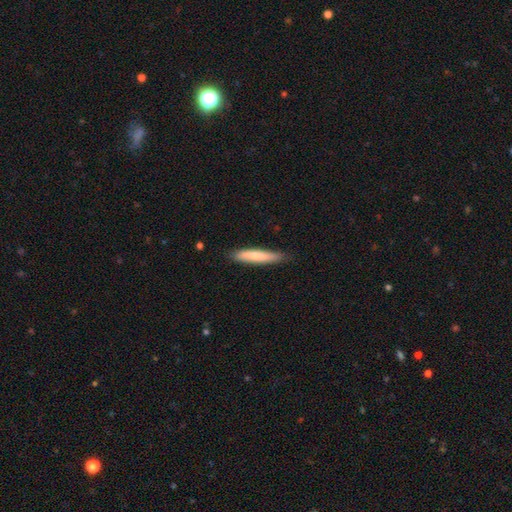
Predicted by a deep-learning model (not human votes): Q: Smooth or featured?
A: smooth (74%); runner-up: featured or disk (20%)
Q: How rounded?
A: cigar-shaped (91%); runner-up: in between (8%)
Q: Merging?
A: none (84%); runner-up: minor disturbance (13%)